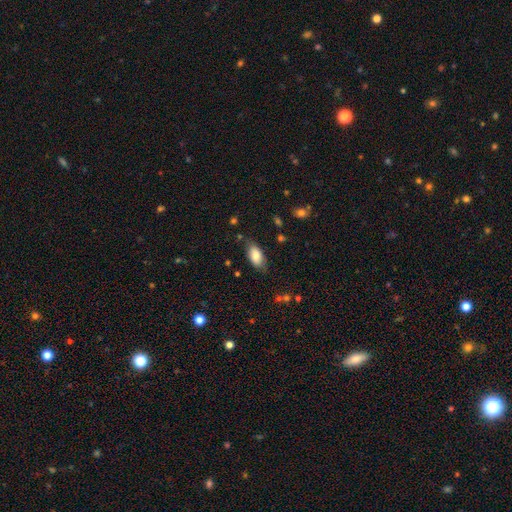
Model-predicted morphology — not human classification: Smooth or featured? smooth (83%)
How rounded? in between (92%)
Merging? none (75%)